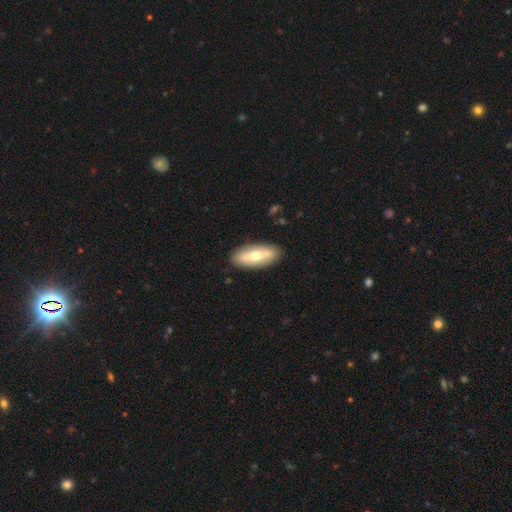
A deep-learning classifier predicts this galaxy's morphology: This is possibly a smooth galaxy (56%). How rounded: likely in between (78%). Merging: clearly none (87%).